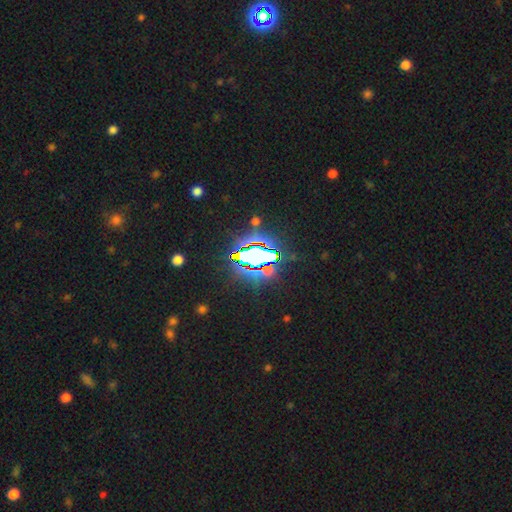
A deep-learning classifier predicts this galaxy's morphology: Smooth or featured?
  - star or artifact: 69% *
  - smooth: 19%
  - featured or disk: 12%